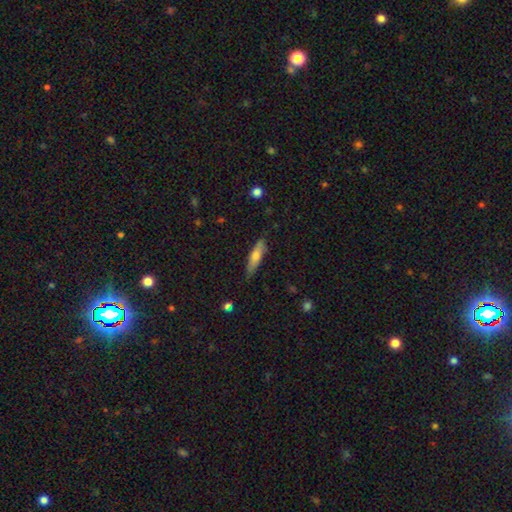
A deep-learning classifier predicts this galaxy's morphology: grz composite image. It shows a smooth galaxy with no disk features (64%) that is cigar-shaped (69%). Merging: none (78%).